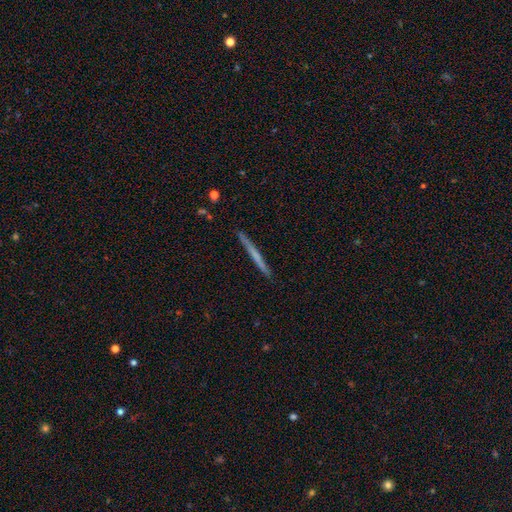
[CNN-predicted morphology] Overall: featured or disk (48%; smooth 46%). Merging: none (91%).